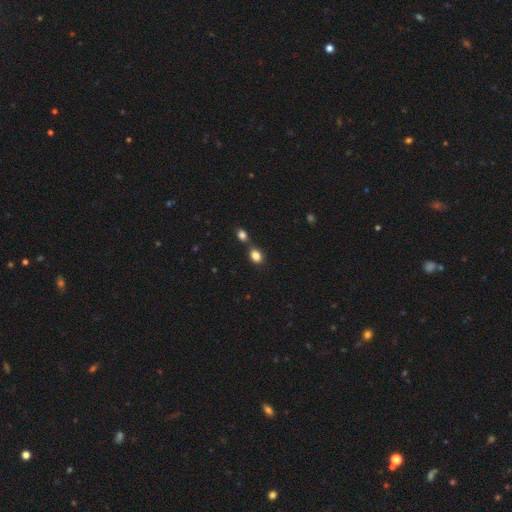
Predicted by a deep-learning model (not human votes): A smooth galaxy with no disk features (84%) that is in between round and cigar-shaped (64%). Merging: none (60%).